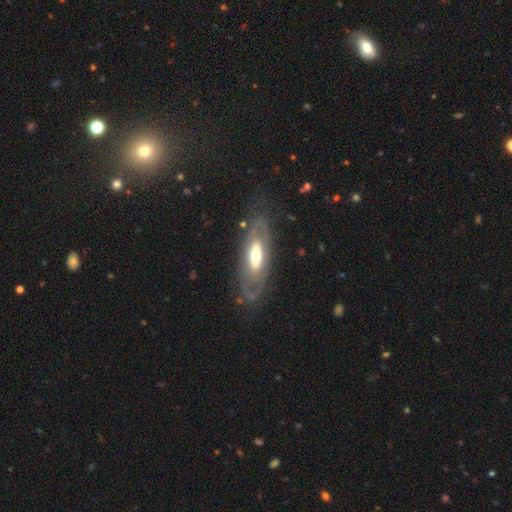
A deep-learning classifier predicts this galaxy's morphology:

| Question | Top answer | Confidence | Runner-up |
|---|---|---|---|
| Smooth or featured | featured or disk | 64% | smooth (31%) |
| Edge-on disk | no | 80% | yes (20%) |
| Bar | no | 64% | weak (21%) |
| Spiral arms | no | 64% | yes (36%) |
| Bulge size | moderate | 62% | large (22%) |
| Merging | none | 73% | minor disturbance (15%) |